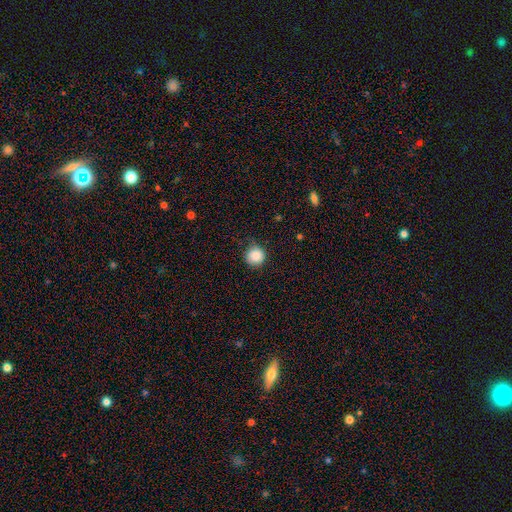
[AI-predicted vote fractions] The model was most divided on "merging": none: 69%, minor disturbance: 24%, major disturbance: 6%, merger: 1%. More confident: how rounded — round (94%); smooth or featured — smooth (86%).